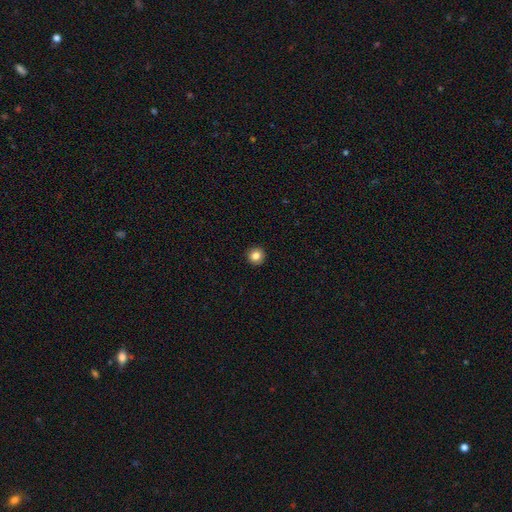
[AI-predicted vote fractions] smooth 84%, star or artifact 10%, featured or disk 6%. Down the decision tree: how rounded — round (95%); merging — none (94%).